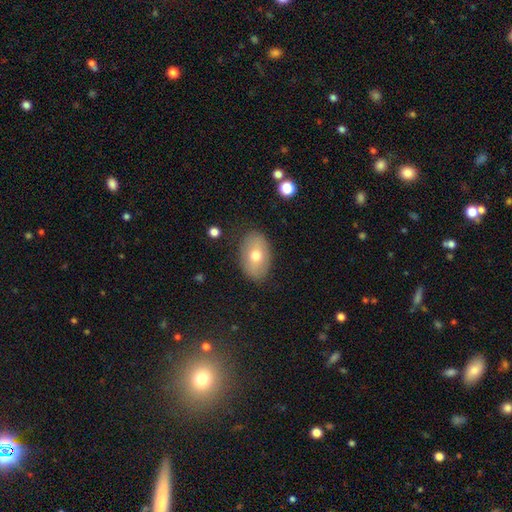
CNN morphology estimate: Smooth or featured: smooth — 68% (featured or disk — 25%)
How rounded: in between — 88% (round — 11%)
Merging: none — 83% (minor disturbance — 13%)